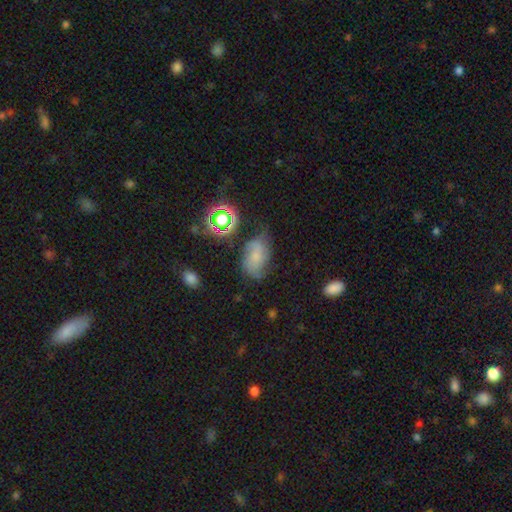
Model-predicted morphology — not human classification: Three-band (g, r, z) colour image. It shows a featured or disk galaxy (49%). Merging: none (52%).